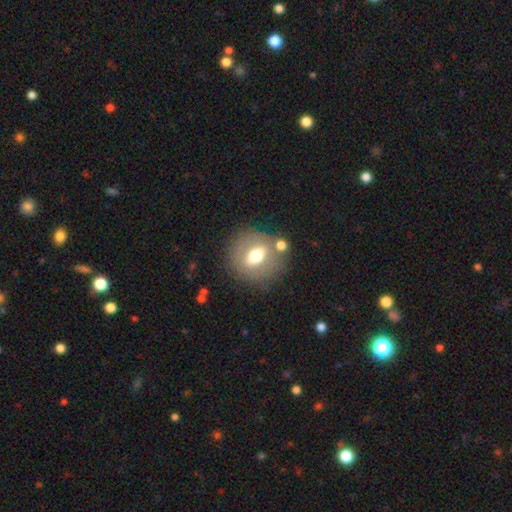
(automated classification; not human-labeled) Smooth or featured: smooth — 52% (featured or disk — 39%)
How rounded: round — 59% (in between — 39%)
Merging: none — 71% (minor disturbance — 13%)